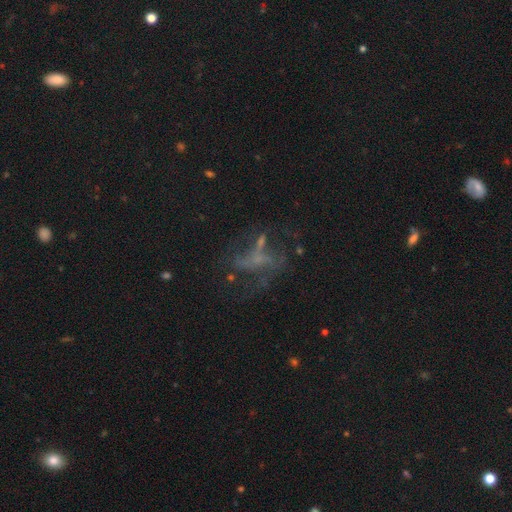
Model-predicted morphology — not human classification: Q: Smooth or featured?
A: featured or disk (50%); runner-up: star or artifact (31%)
Q: Merging?
A: none (46%); runner-up: major disturbance (32%)